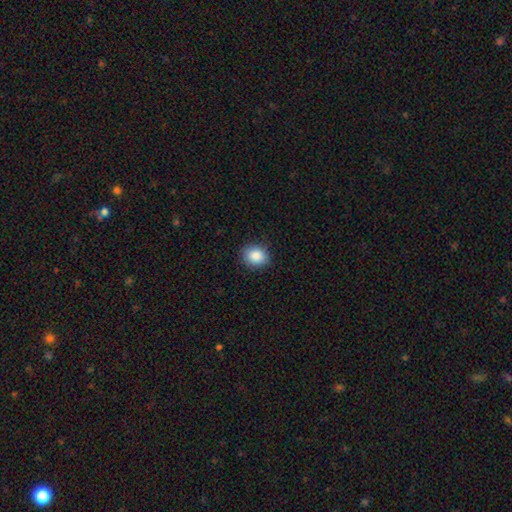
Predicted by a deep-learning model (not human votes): Smooth or featured: smooth — 87% (star or artifact — 9%)
How rounded: round — 66% (in between — 33%)
Merging: none — 87% (minor disturbance — 9%)